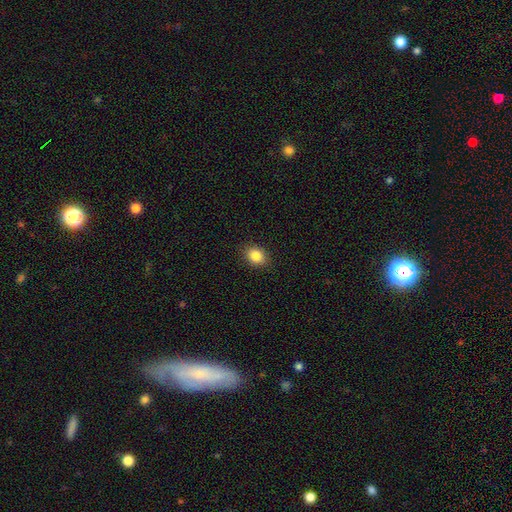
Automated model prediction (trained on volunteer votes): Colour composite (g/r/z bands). It shows a smooth galaxy with no disk features (85%) that is round (53%). Merging: none (89%).